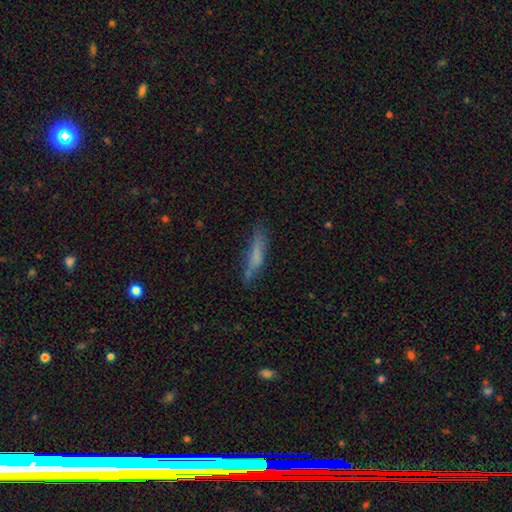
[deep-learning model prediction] smooth-or-featured: smooth: 63% | featured or disk: 27% | star or artifact: 9%
  how-rounded: cigar-shaped: 84% | in between: 14% | round: 2%
  merging: none: 62% | minor disturbance: 25% | major disturbance: 9% | merger: 4%